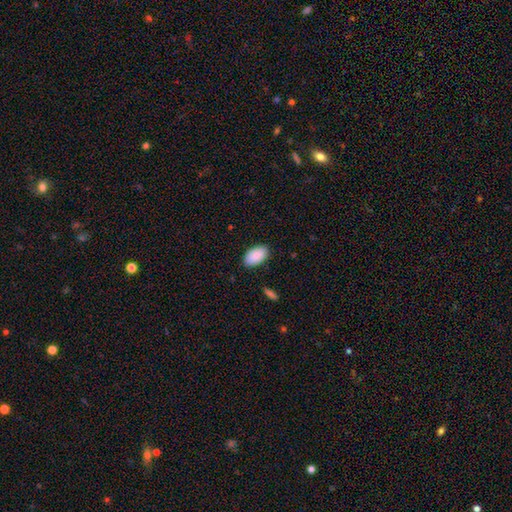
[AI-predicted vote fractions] Smooth or featured? smooth (90%)
How rounded? in between (95%)
Merging? none (88%)